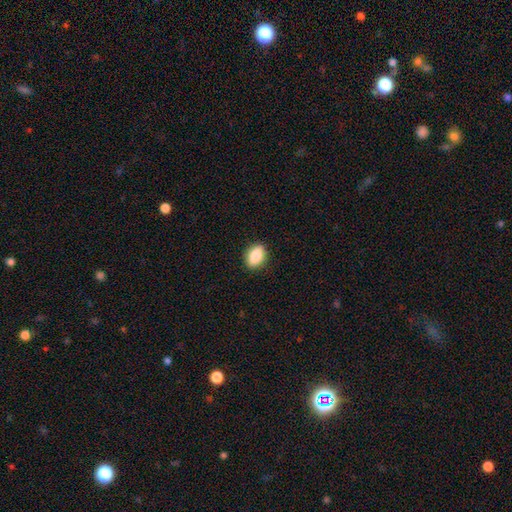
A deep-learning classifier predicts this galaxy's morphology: Overall: smooth (86%). How rounded: in between (84%). Merging: none (88%).